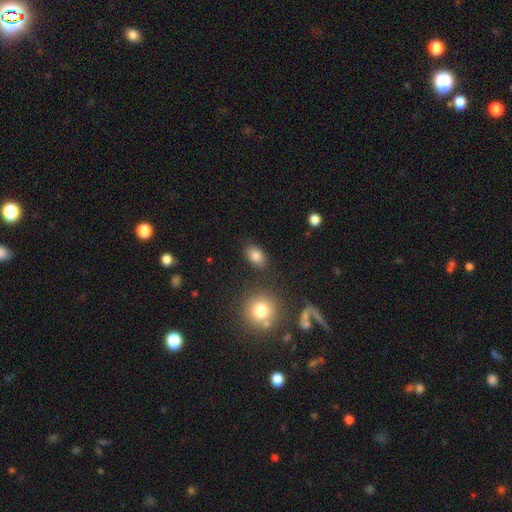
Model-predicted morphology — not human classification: Smooth or featured: smooth — 82% (star or artifact — 10%)
How rounded: in between — 85% (round — 13%)
Merging: none — 83% (minor disturbance — 10%)